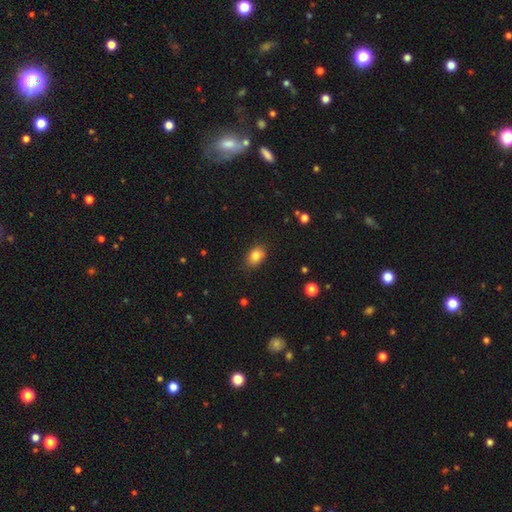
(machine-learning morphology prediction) Overall: smooth (83%). How rounded: in between (77%). Merging: none (83%).